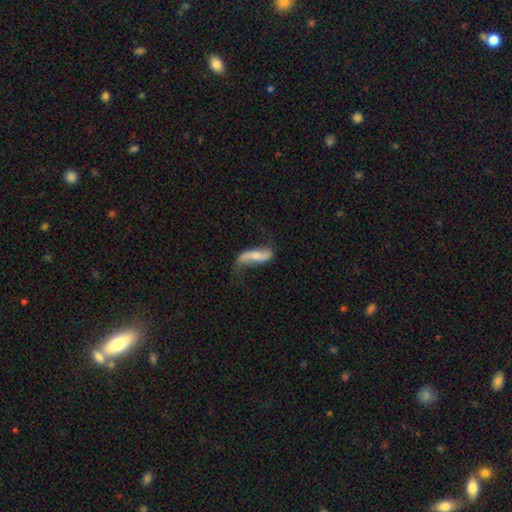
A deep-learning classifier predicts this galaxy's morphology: Overall: featured or disk (58%; smooth 35%). Edge-on disk: no (85%). Merging: none (50%; minor disturbance 29%).